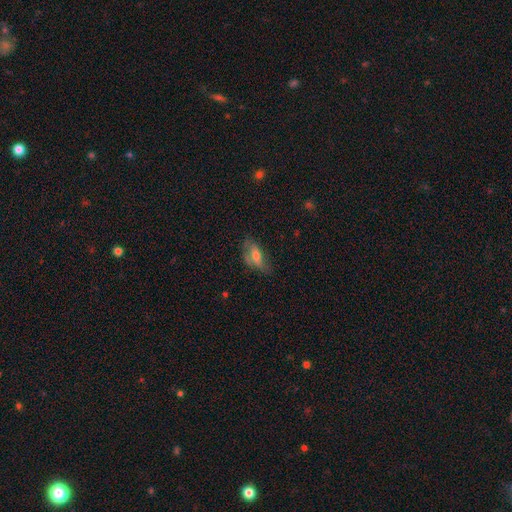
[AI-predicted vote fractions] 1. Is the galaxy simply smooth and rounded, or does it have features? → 57% smooth, 35% featured or disk, 8% star or artifact.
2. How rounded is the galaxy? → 80% in between, 16% cigar-shaped, 4% round.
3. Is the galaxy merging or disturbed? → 52% none, 30% minor disturbance, 15% major disturbance, 2% merger.